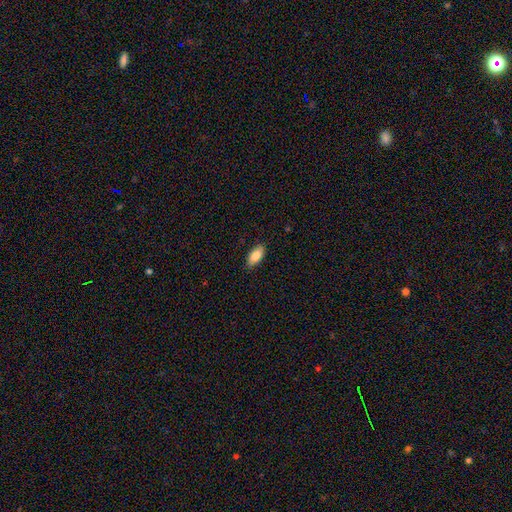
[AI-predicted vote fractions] smooth_or_featured: smooth (p=0.84) [alt: featured or disk p=0.09]
how_rounded: in between (p=0.89) [alt: cigar-shaped p=0.08]
merging: none (p=0.84) [alt: minor disturbance p=0.13]